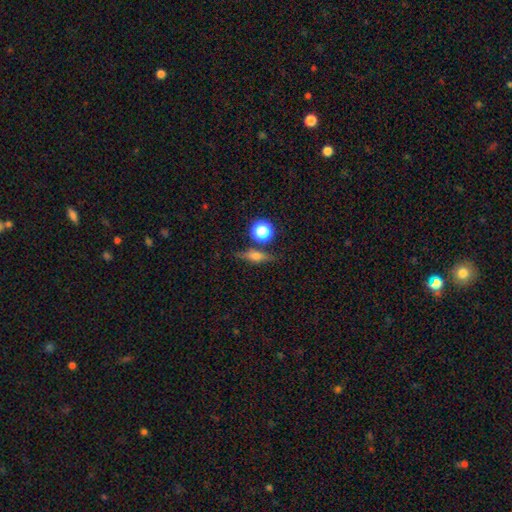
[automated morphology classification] Smooth or featured? Predicted: smooth (p=0.49). Merging? Predicted: none (p=0.77).